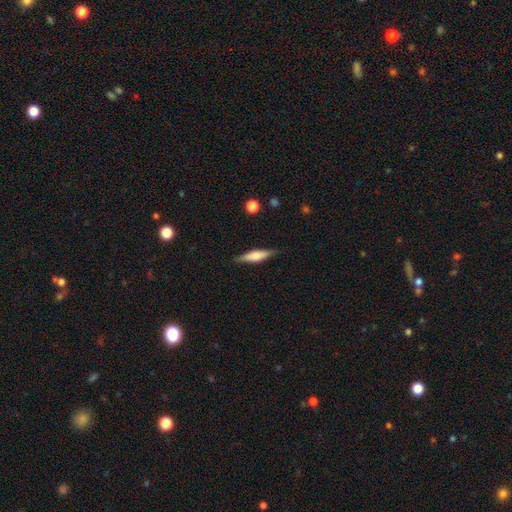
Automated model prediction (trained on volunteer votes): Q: Smooth or featured?
A: smooth (50%); runner-up: featured or disk (44%)
Q: How rounded?
A: cigar-shaped (74%); runner-up: in between (24%)
Q: Merging?
A: none (86%); runner-up: minor disturbance (11%)